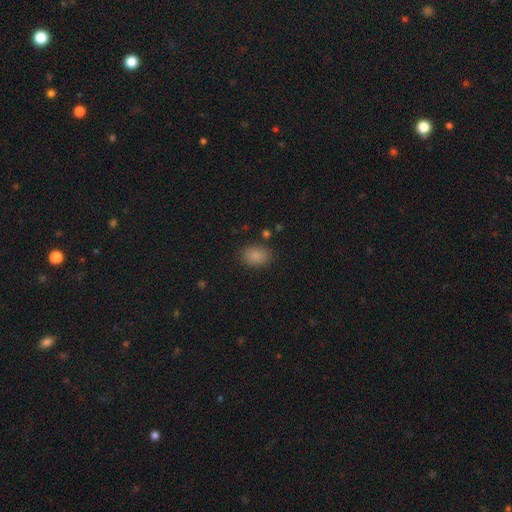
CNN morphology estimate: Overall: smooth (86%). How rounded: in between (72%). Merging: none (84%).